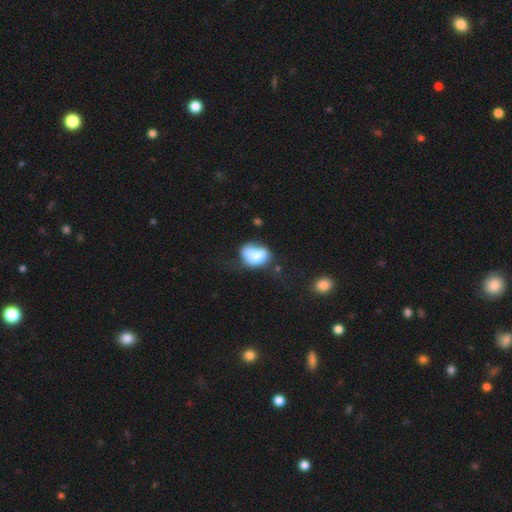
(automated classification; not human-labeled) Smooth or featured? smooth (72%)
How rounded? in between (77%)
Merging? none (27%, tied with minor disturbance)